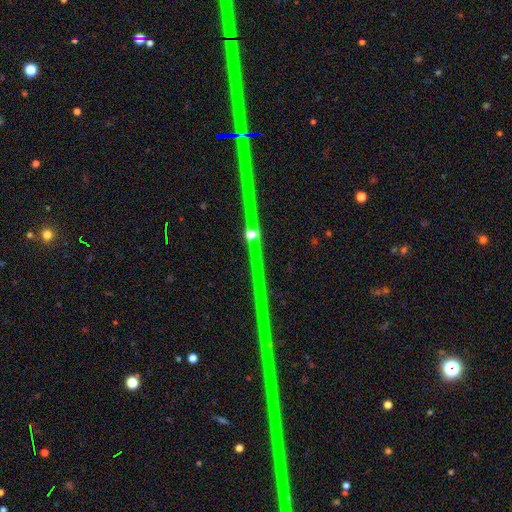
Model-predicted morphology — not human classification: Smooth or featured?
  - star or artifact: 85% *
  - featured or disk: 10%
  - smooth: 6%